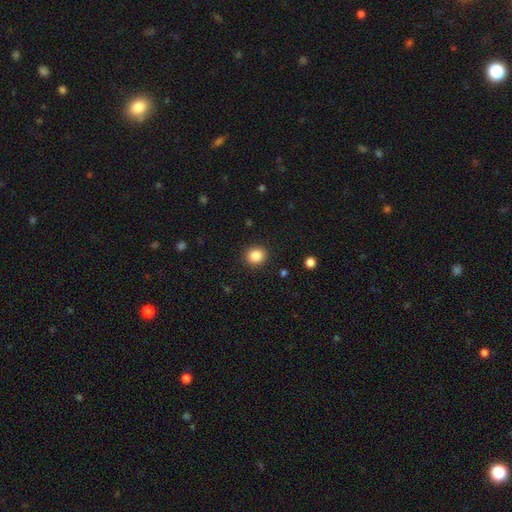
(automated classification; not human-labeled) smooth 86%, star or artifact 10%, featured or disk 4%. Down the decision tree: how rounded — round (81%); merging — none (90%).